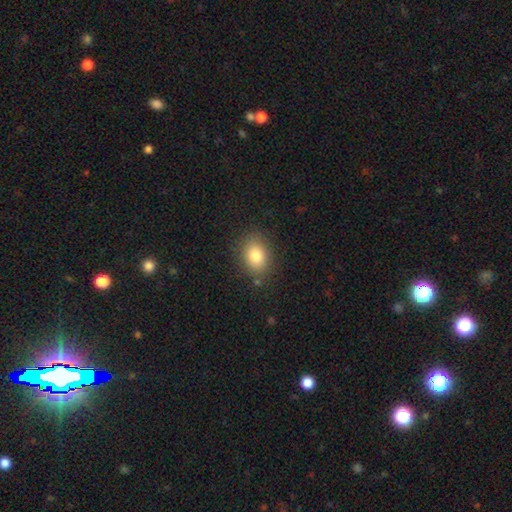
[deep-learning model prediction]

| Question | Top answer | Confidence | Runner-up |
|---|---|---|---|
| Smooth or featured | smooth | 82% | star or artifact (10%) |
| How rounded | in between | 67% | round (32%) |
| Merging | none | 83% | minor disturbance (12%) |